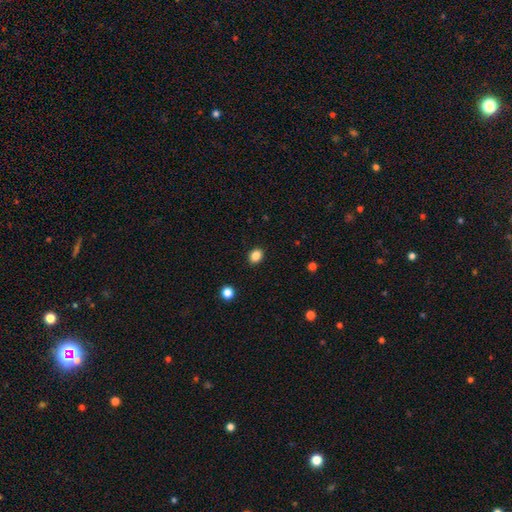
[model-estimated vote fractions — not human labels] This is clearly a smooth galaxy (85%). How rounded: possibly round (50%). Merging: clearly none (91%).